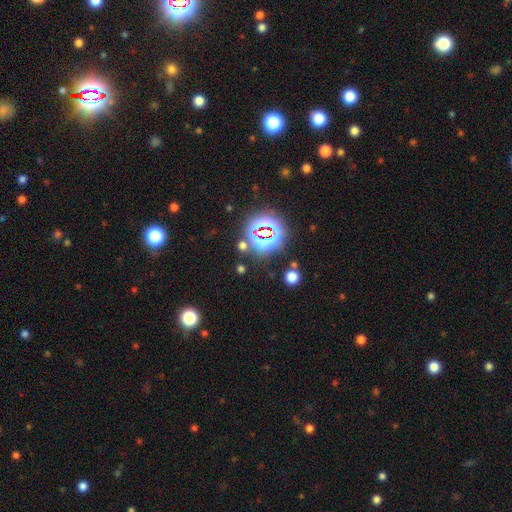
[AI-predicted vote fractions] Smooth or featured?
  - star or artifact: 83% *
  - smooth: 11%
  - featured or disk: 7%